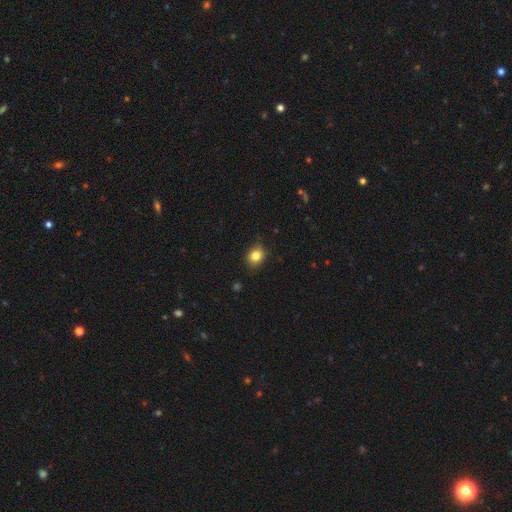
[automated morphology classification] This appears to be a smooth galaxy with no disk features (83%) that is round (51%). Merging: none (83%).